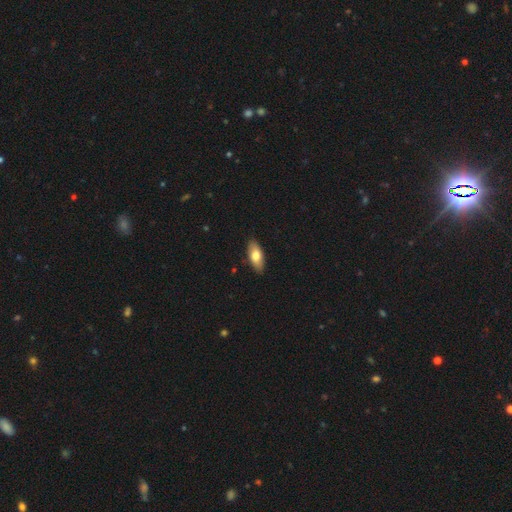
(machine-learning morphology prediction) Smooth or featured? Predicted: smooth (p=0.73). How rounded? Predicted: in between (p=0.84). Merging? Predicted: none (p=0.87).